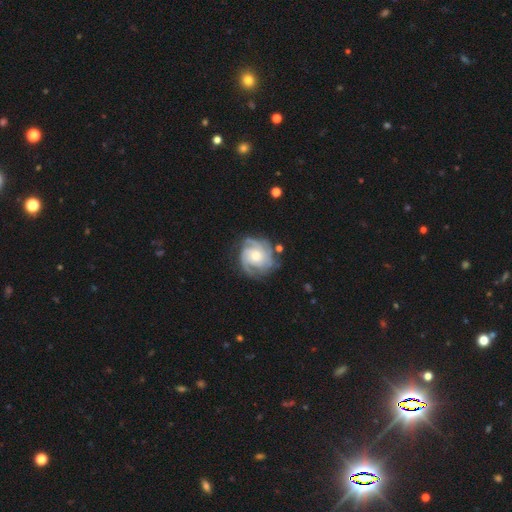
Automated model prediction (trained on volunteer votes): Morphology: type=featured or disk (84%); edge-on=no (98%); bar=no (75%); spiral arms=yes (96%); winding=tight (61%); arm count=3 (40%); bulge=moderate (58%); merging=none (72%).